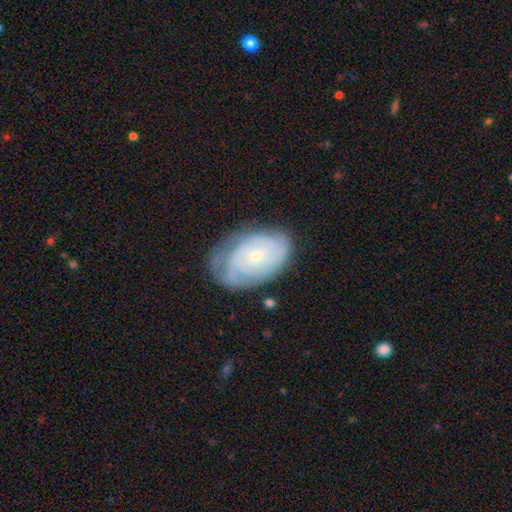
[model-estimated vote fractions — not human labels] smooth-or-featured: featured or disk: 73% | smooth: 20% | star or artifact: 6%
  disk-edge-on: no: 96% | yes: 4%
    bar: no: 76% | weak: 20% | strong: 3%
    has-spiral-arms: yes: 88% | no: 12%
      spiral-winding: tight: 73% | medium: 21% | loose: 6%
      spiral-arm-count: can't tell: 50% | 2: 20% | 3: 14% | 4: 7% | 1: 5% | more than 4: 4%
    bulge-size: small: 73% | moderate: 23% | none: 2% | large: 1% | dominant: 1%
  merging: none: 62% | minor disturbance: 27% | major disturbance: 10% | merger: 2%